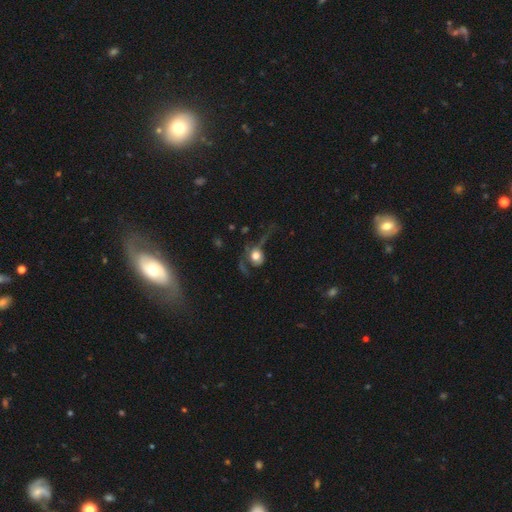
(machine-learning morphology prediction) This appears to be a smooth galaxy with no disk features (51%) that is round (77%). Merging: major disturbance (50%).